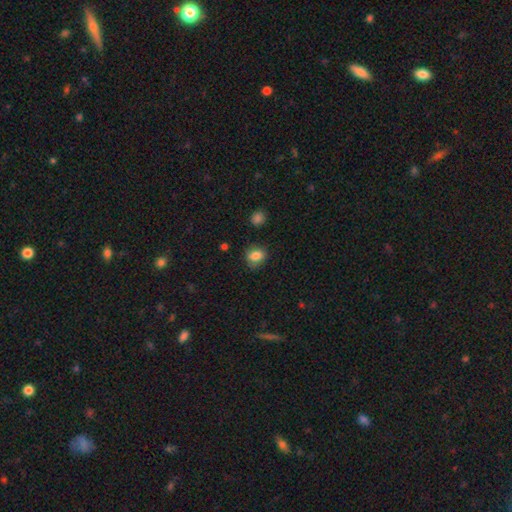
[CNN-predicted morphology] Q: Smooth or featured?
A: smooth (83%); runner-up: star or artifact (10%)
Q: How rounded?
A: round (53%); runner-up: in between (46%)
Q: Merging?
A: none (74%); runner-up: minor disturbance (19%)